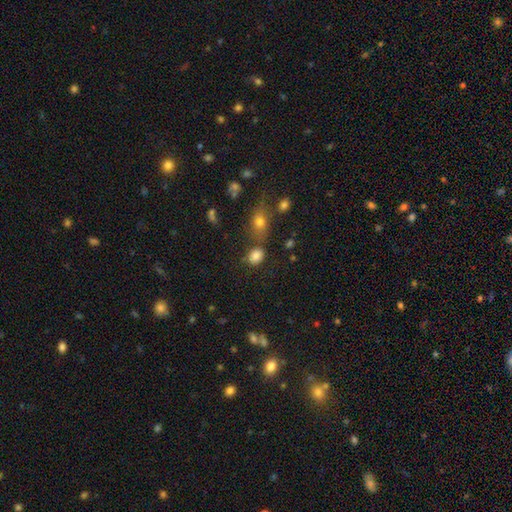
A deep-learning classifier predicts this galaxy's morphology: Smooth or featured? smooth (83%)
How rounded? in between (52%)
Merging? none (64%)